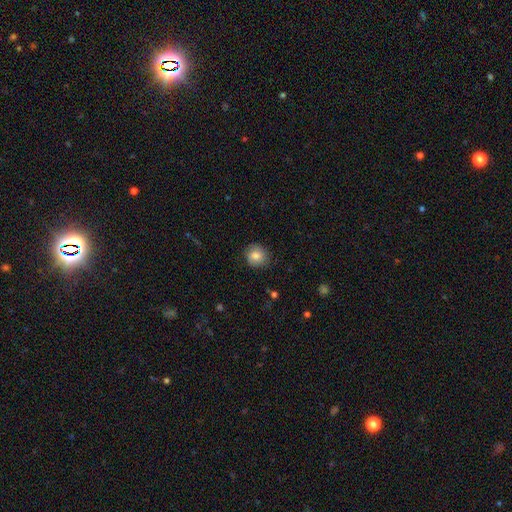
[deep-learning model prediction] smooth_or_featured: smooth (p=0.78) [alt: featured or disk p=0.13]
how_rounded: round (p=0.81) [alt: in between p=0.18]
merging: none (p=0.82) [alt: minor disturbance p=0.13]